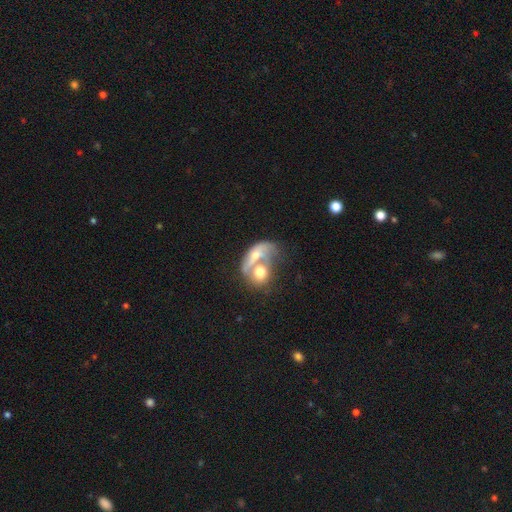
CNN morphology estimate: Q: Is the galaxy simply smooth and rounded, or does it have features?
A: smooth — 45%, tied with featured or disk.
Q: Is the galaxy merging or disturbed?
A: merger — 71%.